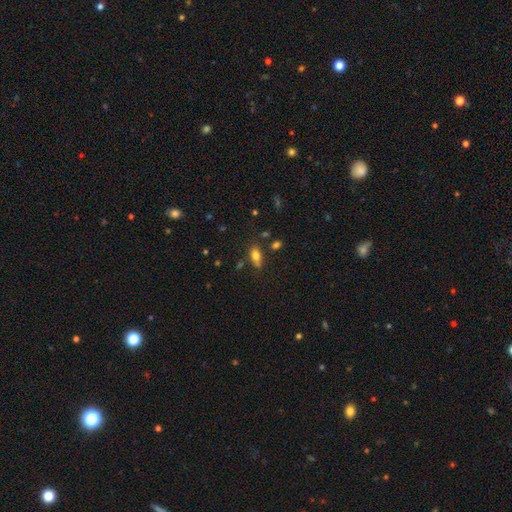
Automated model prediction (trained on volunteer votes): smooth-or-featured: smooth: 74% | featured or disk: 16% | star or artifact: 10%
  how-rounded: in between: 81% | cigar-shaped: 13% | round: 6%
  merging: none: 66% | minor disturbance: 20% | merger: 8% | major disturbance: 6%